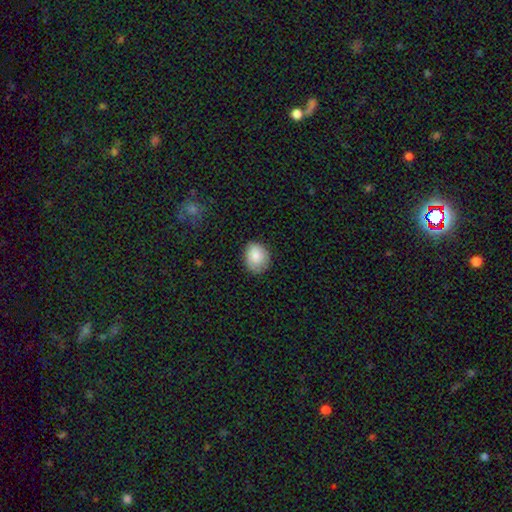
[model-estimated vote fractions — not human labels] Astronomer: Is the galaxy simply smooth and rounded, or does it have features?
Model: smooth — 86%.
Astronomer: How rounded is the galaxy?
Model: in between — 51% (runner-up: round, 48%).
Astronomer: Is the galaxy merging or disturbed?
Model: none — 79%.